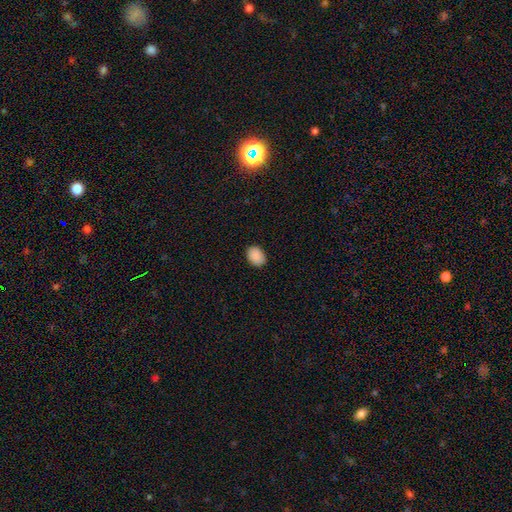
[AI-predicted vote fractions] Morphology: type=smooth (90%); roundness=in between (70%); merging=none (87%).